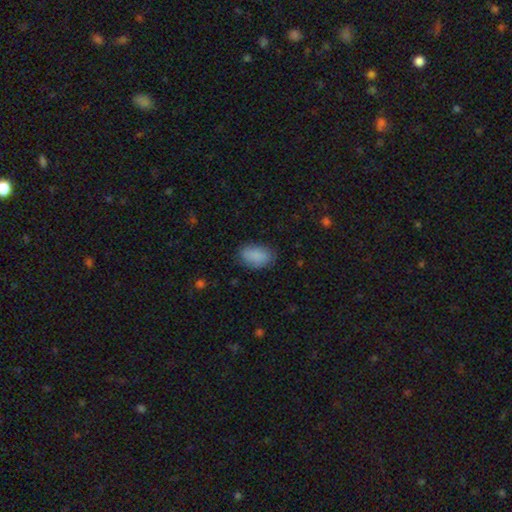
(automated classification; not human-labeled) smooth-or-featured: smooth: 87% | star or artifact: 7% | featured or disk: 6%
  how-rounded: in between: 90% | round: 8% | cigar-shaped: 2%
  merging: none: 79% | minor disturbance: 16% | major disturbance: 4% | merger: 1%